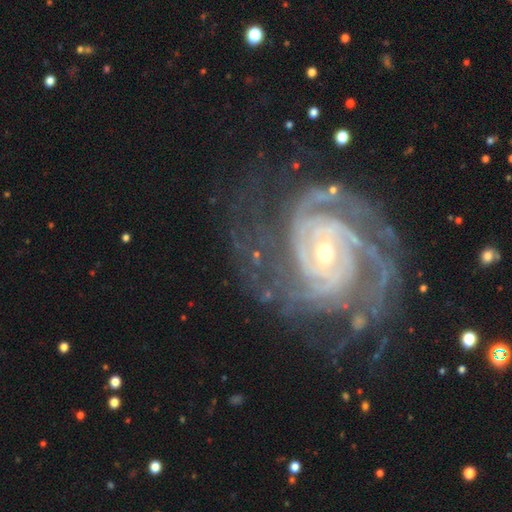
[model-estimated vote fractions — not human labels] Smooth or featured? Predicted: featured or disk (p=0.89). Edge-on disk? Predicted: no (p=0.97). Bar? Predicted: no (p=0.50). Spiral arms? Predicted: yes (p=0.97). Spiral winding? Predicted: tight (p=0.71). Spiral arm count? Predicted: can't tell (p=0.24). Bulge size? Predicted: small (p=0.55). Merging? Predicted: none (p=0.61).